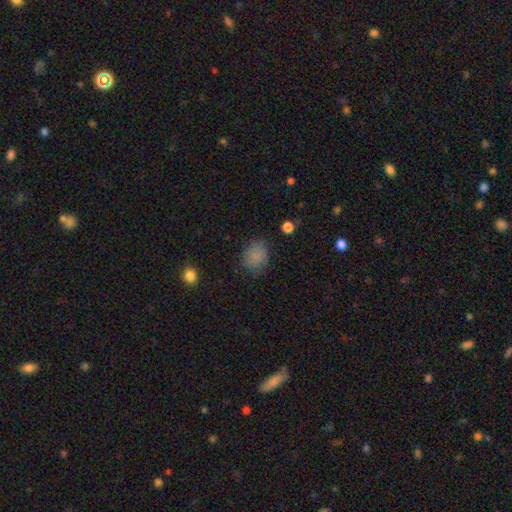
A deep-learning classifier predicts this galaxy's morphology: Smooth or featured? Predicted: smooth (p=0.82). How rounded? Predicted: round (p=0.55). Merging? Predicted: none (p=0.75).